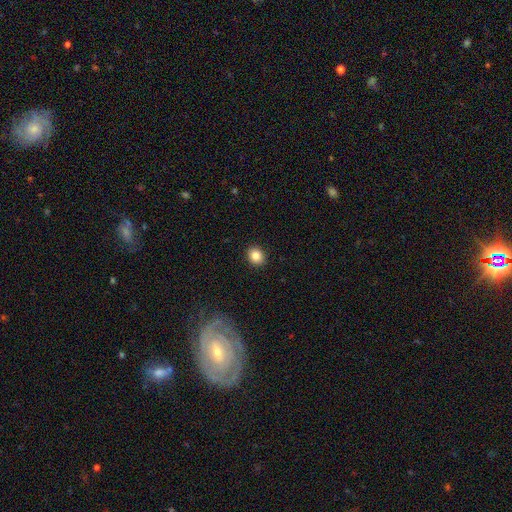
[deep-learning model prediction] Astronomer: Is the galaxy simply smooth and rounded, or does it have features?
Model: smooth — 84%.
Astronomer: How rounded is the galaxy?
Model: round — 67%.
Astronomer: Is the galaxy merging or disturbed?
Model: none — 92%.